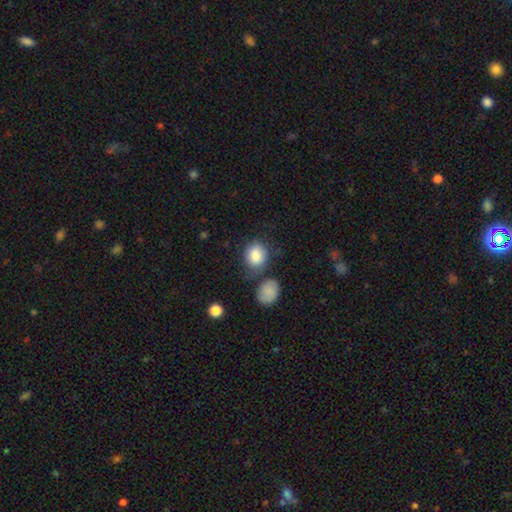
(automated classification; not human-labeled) A smooth galaxy with no disk features (86%) that is round (56%).

Vote fractions:
- Smooth or featured? smooth: 86% / star or artifact: 7% / featured or disk: 6%
- How rounded? round: 56% / in between: 43% / cigar-shaped: 1%
- Merging? none: 61% / minor disturbance: 18% / merger: 14% / major disturbance: 7%